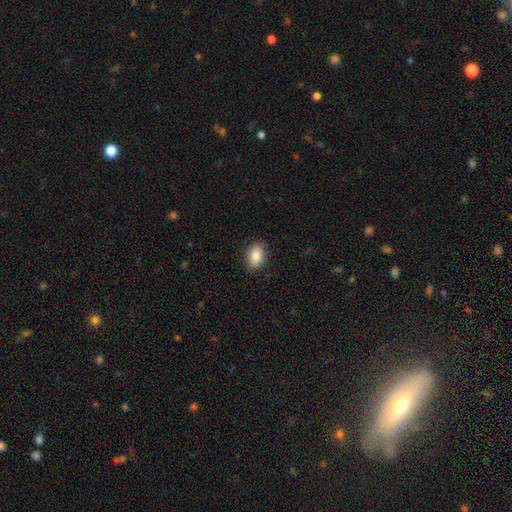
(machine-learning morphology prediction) This appears to be a smooth galaxy with no disk features (86%) that is in between round and cigar-shaped (84%). Merging: none (88%).